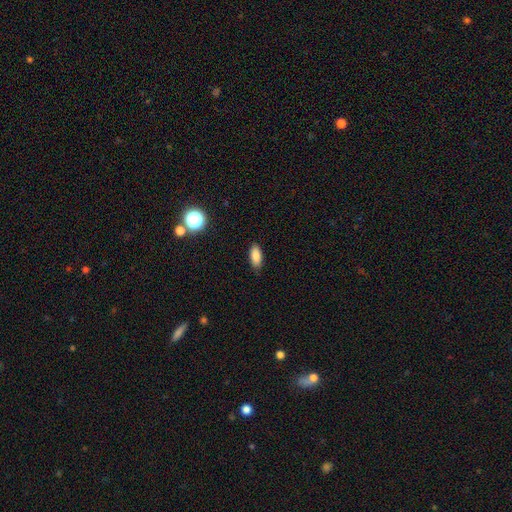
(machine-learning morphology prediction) Smooth or featured? smooth (86%)
How rounded? in between (86%)
Merging? none (87%)